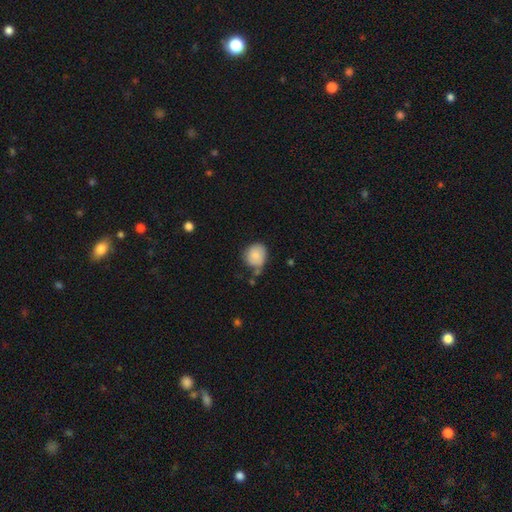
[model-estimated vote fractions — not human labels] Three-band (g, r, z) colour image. It shows a smooth galaxy with no disk features (83%) that is round (79%). Merging: none (60%).